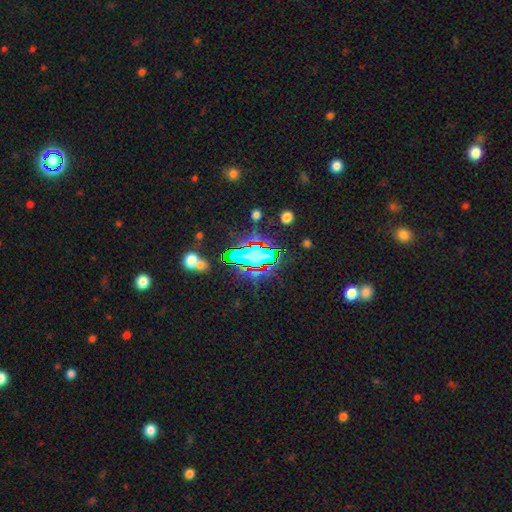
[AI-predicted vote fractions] Smooth or featured: star or artifact — 63% (smooth — 23%)